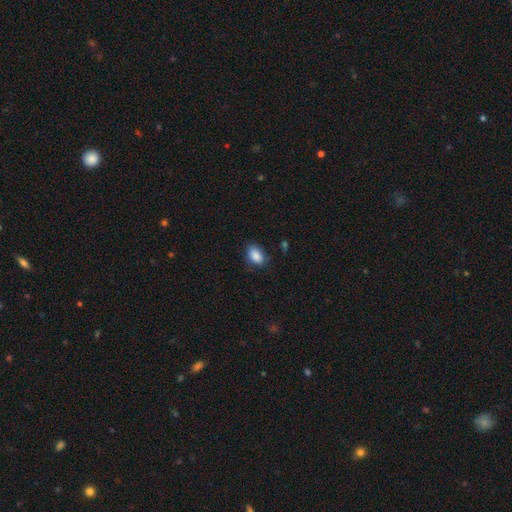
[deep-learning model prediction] Smooth or featured: smooth — 88% (star or artifact — 8%)
How rounded: in between — 89% (round — 9%)
Merging: none — 75% (minor disturbance — 19%)